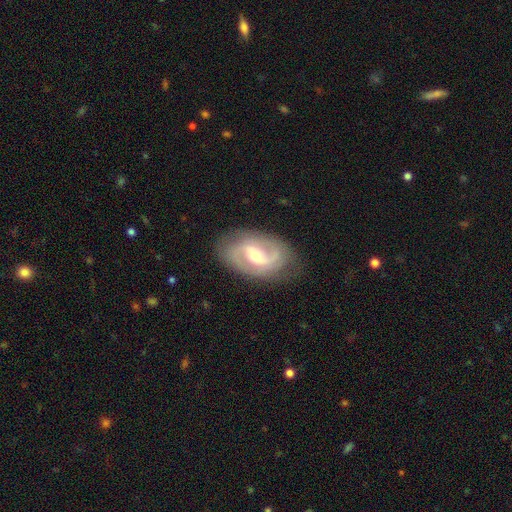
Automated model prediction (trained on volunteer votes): The model was most divided on "spiral winding": medium: 47%, tight: 28%, loose: 25%. Remaining: edge-on disk — no (96%); spiral arms — yes (92%); spiral arm count — 2 (87%); smooth or featured — featured or disk (84%); merging — none (82%); bulge size — moderate (63%); bar — weak (50%).